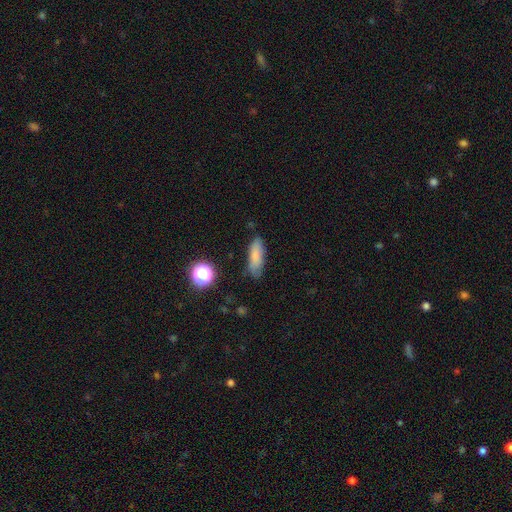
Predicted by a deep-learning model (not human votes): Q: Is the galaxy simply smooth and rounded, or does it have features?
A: smooth — 78%.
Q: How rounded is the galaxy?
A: in between — 58%.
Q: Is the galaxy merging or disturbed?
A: none — 74%.